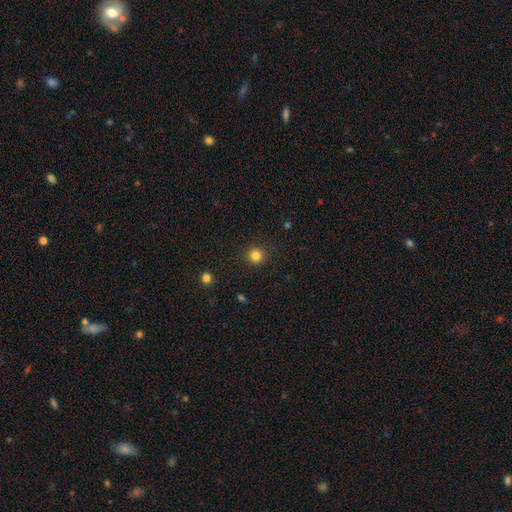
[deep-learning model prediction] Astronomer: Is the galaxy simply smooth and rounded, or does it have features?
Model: smooth — 82%.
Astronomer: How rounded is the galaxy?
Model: round — 94%.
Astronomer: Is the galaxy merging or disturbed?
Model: none — 91%.